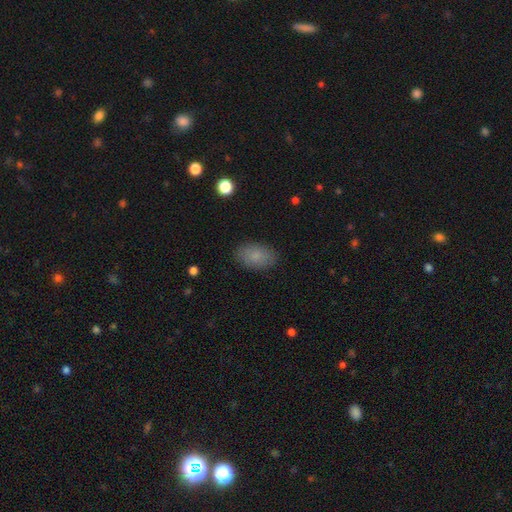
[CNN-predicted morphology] Smooth or featured: smooth — 83% (featured or disk — 9%)
How rounded: in between — 90% (round — 8%)
Merging: none — 86% (minor disturbance — 10%)